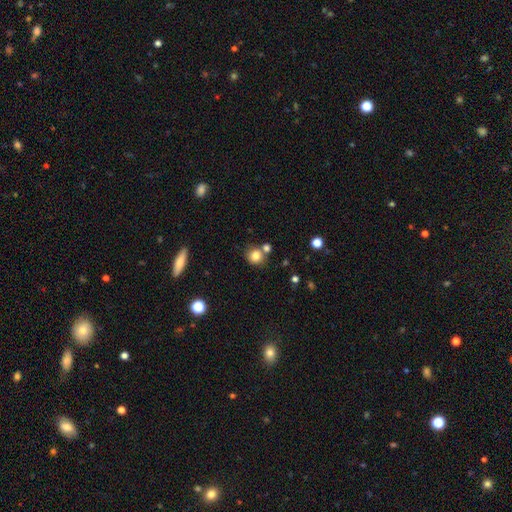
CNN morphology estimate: This appears to be a smooth galaxy with no disk features (80%) that is round (87%). Merging: none (65%).